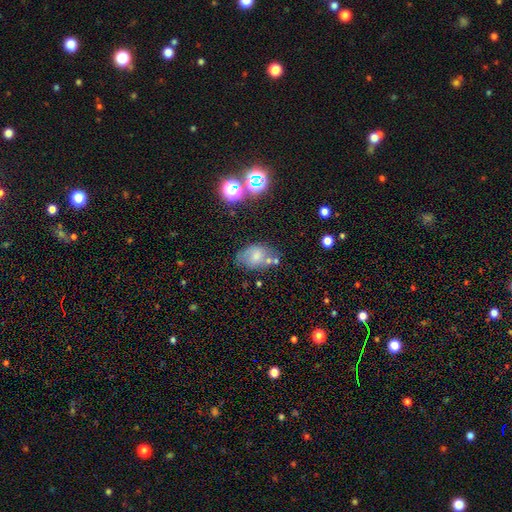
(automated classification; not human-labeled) This is likely a smooth galaxy (62%). How rounded: likely in between (79%). Merging: possibly none (52%).